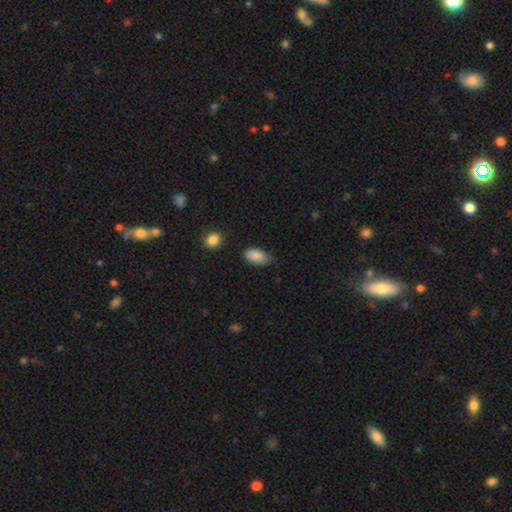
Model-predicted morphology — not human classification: Smooth or featured? smooth (87%)
How rounded? in between (93%)
Merging? none (69%)